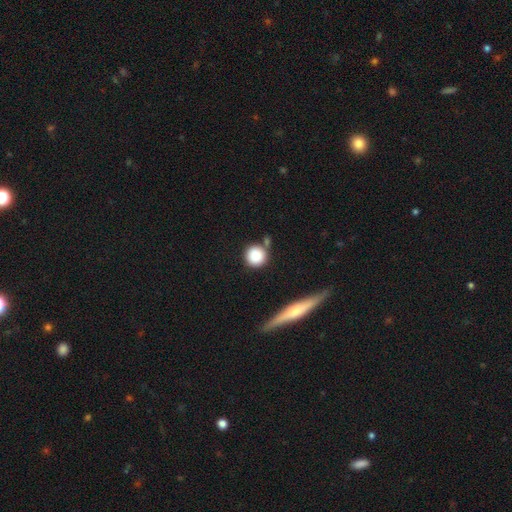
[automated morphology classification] Smooth or featured?
  - smooth: 85% *
  - star or artifact: 8%
  - featured or disk: 6%
How rounded?
  - round: 93% *
  - in between: 6%
  - cigar-shaped: 2%
Merging?
  - none: 74% *
  - merger: 12%
  - minor disturbance: 11%
  - major disturbance: 3%